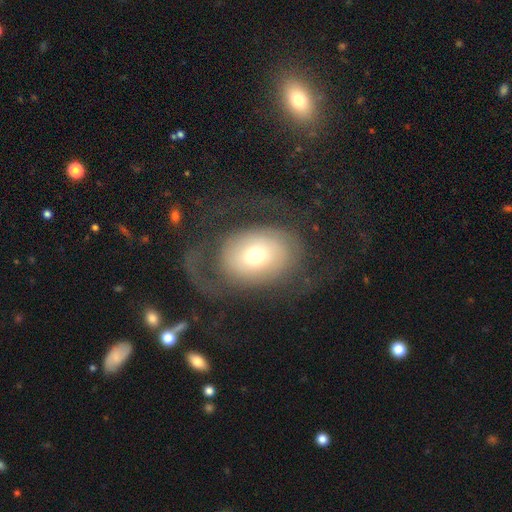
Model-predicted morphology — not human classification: This appears to be a featured or disk galaxy (50%). Merging: none (44%).